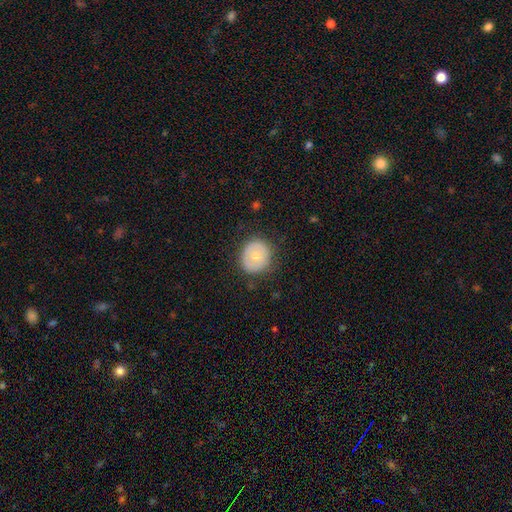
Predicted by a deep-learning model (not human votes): Smooth or featured? smooth (63%)
How rounded? round (86%)
Merging? none (82%)